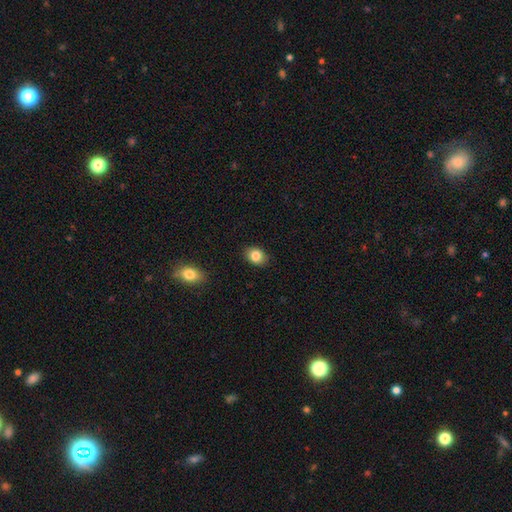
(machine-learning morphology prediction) Q: Smooth or featured?
A: smooth (85%); runner-up: star or artifact (9%)
Q: How rounded?
A: in between (60%); runner-up: round (39%)
Q: Merging?
A: none (87%); runner-up: minor disturbance (10%)